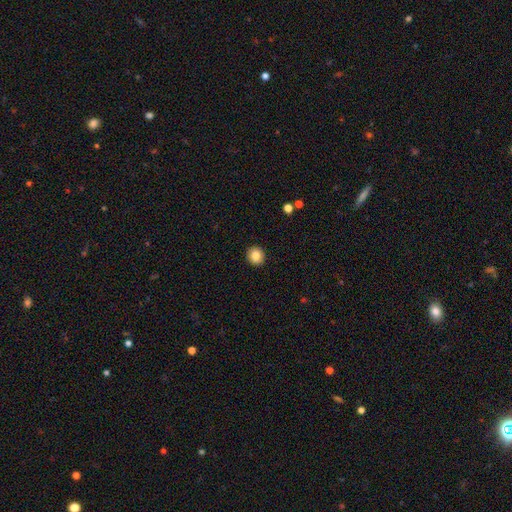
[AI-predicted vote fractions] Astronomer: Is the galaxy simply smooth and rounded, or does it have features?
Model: smooth — 84%.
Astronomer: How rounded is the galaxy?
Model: round — 87%.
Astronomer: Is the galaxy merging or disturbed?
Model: none — 93%.